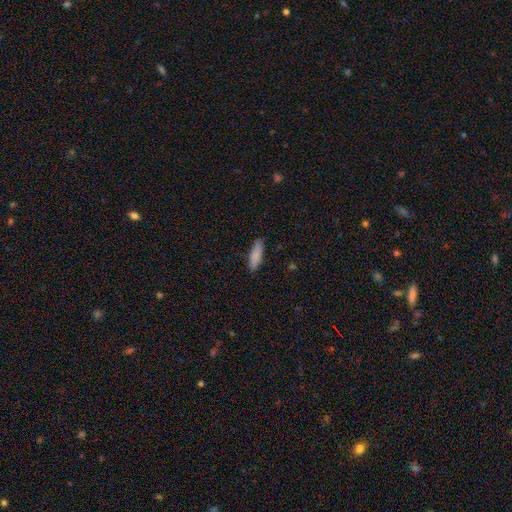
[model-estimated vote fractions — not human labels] smooth 86%, featured or disk 8%, star or artifact 6%. Down the decision tree: how rounded — cigar-shaped (54%); merging — none (86%).